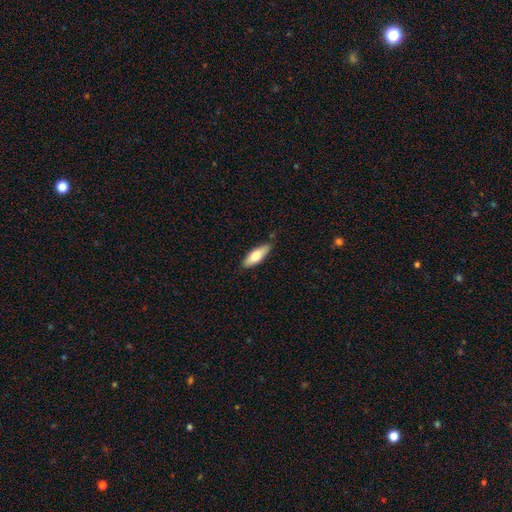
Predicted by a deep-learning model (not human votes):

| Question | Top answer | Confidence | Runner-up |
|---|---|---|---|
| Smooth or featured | smooth | 69% | featured or disk (25%) |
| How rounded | in between | 62% | cigar-shaped (36%) |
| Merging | none | 82% | minor disturbance (14%) |